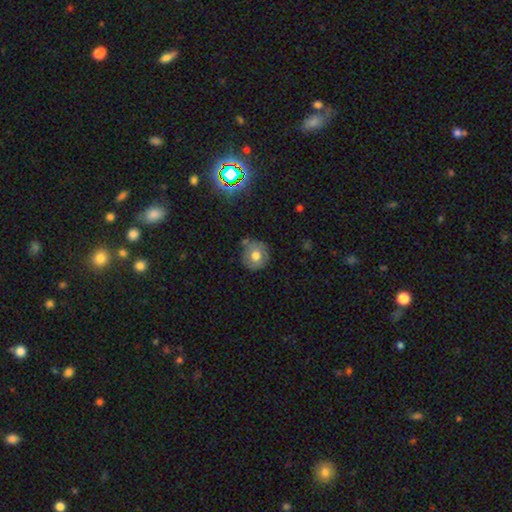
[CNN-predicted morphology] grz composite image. It shows a smooth galaxy with no disk features (63%) that is round (89%). Merging: none (73%).